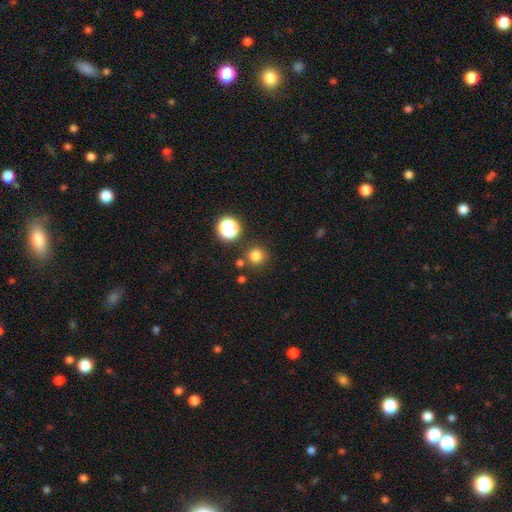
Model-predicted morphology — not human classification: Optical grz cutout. It shows a smooth galaxy with no disk features (78%) that is round (93%). Merging: none (82%).